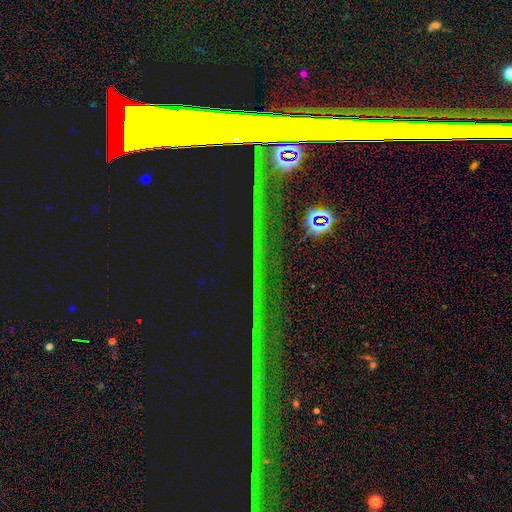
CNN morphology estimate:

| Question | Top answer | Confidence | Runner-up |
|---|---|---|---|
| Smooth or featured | star or artifact | 74% | featured or disk (17%) |